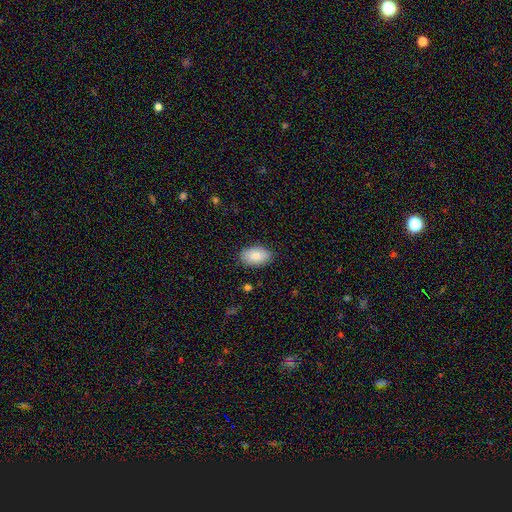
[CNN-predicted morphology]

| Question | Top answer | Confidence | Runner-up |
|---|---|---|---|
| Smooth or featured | smooth | 88% | star or artifact (6%) |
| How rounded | in between | 94% | round (5%) |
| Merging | none | 86% | minor disturbance (10%) |